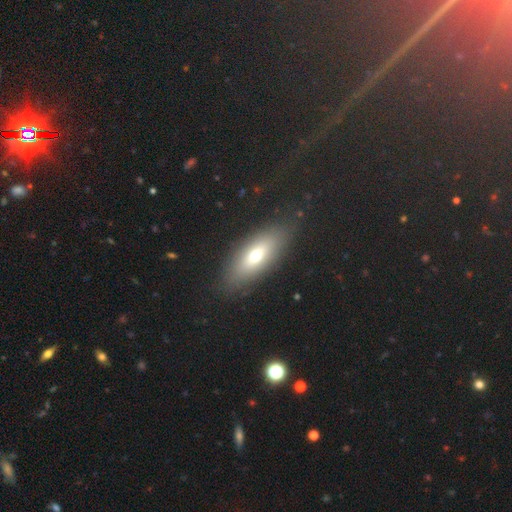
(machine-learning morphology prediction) type=smooth (63%); roundness=in between (71%); merging=none (84%).